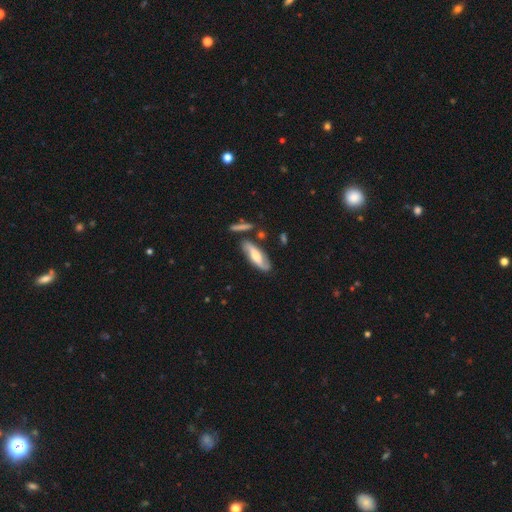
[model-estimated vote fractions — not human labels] A featured or disk galaxy (61%).

Vote fractions:
- Smooth or featured? featured or disk: 61% / smooth: 33% / star or artifact: 6%
- Edge-on disk? no: 80% / yes: 20%
- Merging? none: 72% / minor disturbance: 16% / merger: 7% / major disturbance: 5%